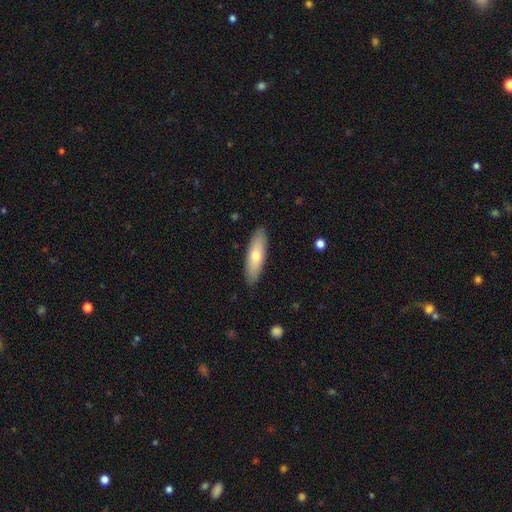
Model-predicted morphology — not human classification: smooth-or-featured: smooth: 69% | featured or disk: 26% | star or artifact: 5%
  how-rounded: cigar-shaped: 52% | in between: 46% | round: 2%
  merging: none: 88% | minor disturbance: 9% | major disturbance: 2% | merger: 1%